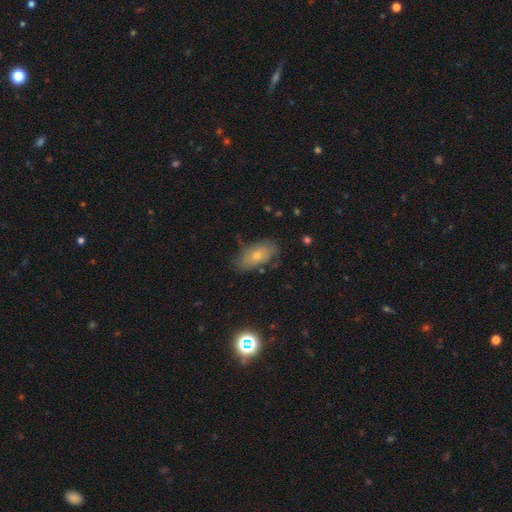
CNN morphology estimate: A smooth galaxy with no disk features (58%) that is in between round and cigar-shaped (85%). Merging: none (77%).